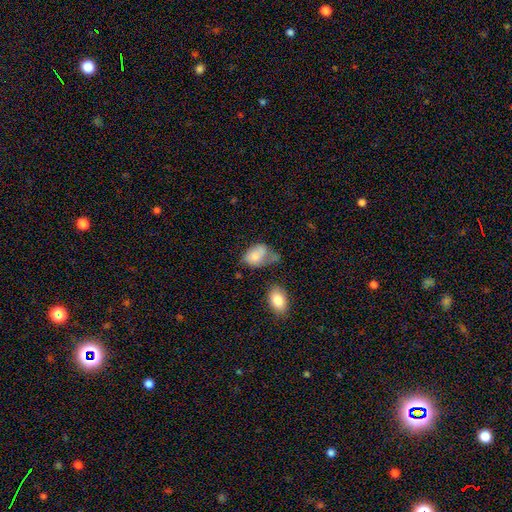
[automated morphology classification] Smooth or featured: smooth — 70% (featured or disk — 22%)
How rounded: in between — 80% (round — 18%)
Merging: minor disturbance — 28% (none — 25%)